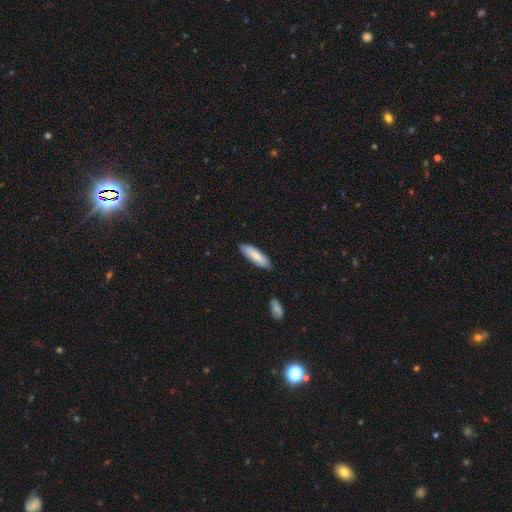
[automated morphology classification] This is clearly a smooth galaxy (83%). How rounded: likely cigar-shaped (62%). Merging: clearly none (87%).